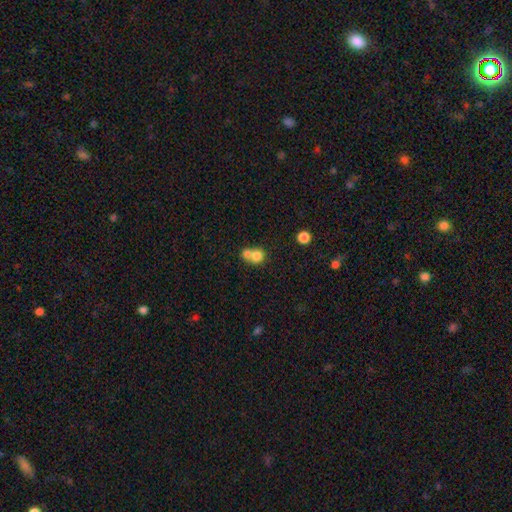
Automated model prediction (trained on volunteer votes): Morphology: type=smooth (76%); roundness=round (79%); merging=merger (62%).